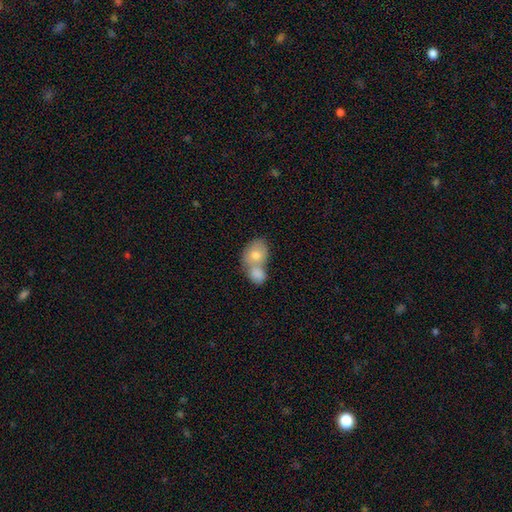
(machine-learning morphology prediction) Smooth or featured? Predicted: smooth (p=0.74). How rounded? Predicted: in between (p=0.59). Merging? Predicted: merger (p=0.68).